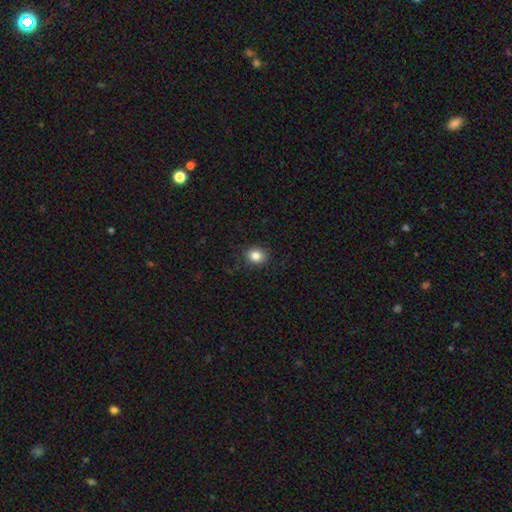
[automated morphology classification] Smooth or featured? smooth (85%)
How rounded? round (62%)
Merging? none (87%)